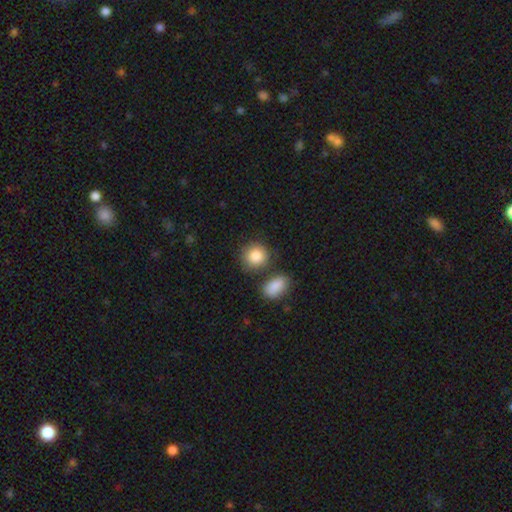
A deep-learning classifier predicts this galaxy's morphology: type=smooth (87%); roundness=round (79%); merging=none (70%).